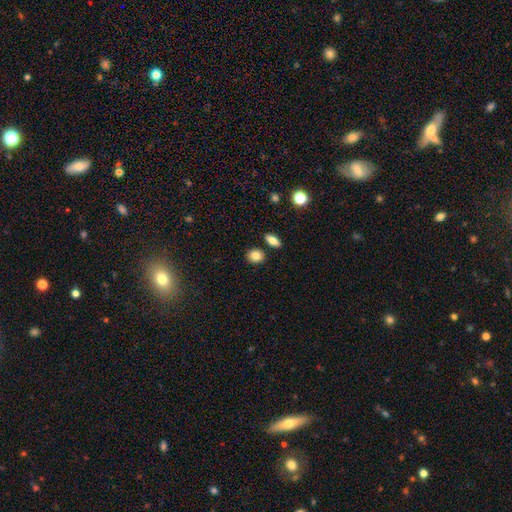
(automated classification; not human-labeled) This appears to be a smooth galaxy with no disk features (84%) that is round (62%). Merging: none (83%).